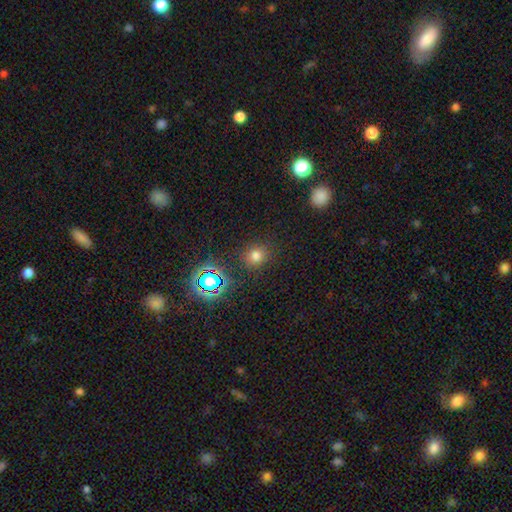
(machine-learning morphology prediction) smooth-or-featured: smooth: 71% | star or artifact: 22% | featured or disk: 7%
  how-rounded: round: 80% | in between: 19% | cigar-shaped: 1%
  merging: none: 86% | minor disturbance: 9% | major disturbance: 3% | merger: 2%